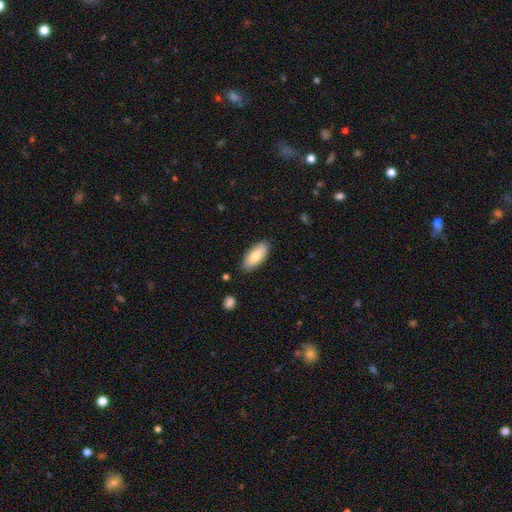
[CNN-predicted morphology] This is likely a smooth galaxy (77%). How rounded: clearly in between (88%). Merging: clearly none (86%).